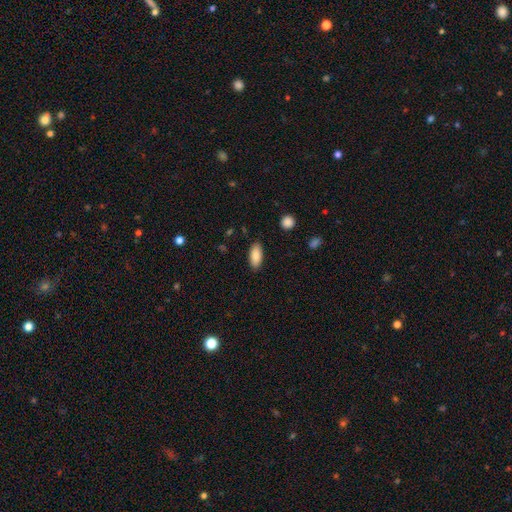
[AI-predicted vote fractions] This is clearly a smooth galaxy (86%). How rounded: clearly in between (88%). Merging: clearly none (87%).